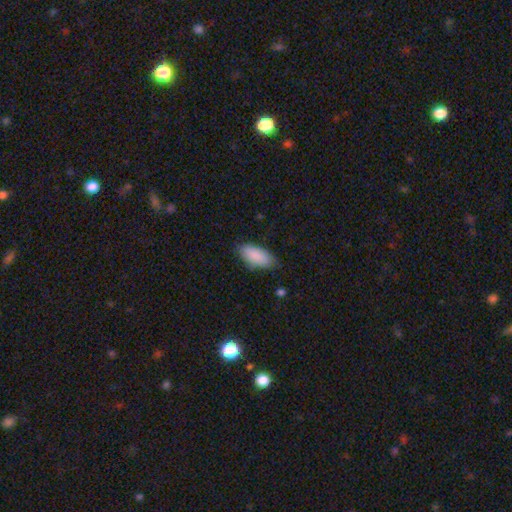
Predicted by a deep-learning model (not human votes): Smooth or featured? smooth (89%)
How rounded? in between (90%)
Merging? none (77%)